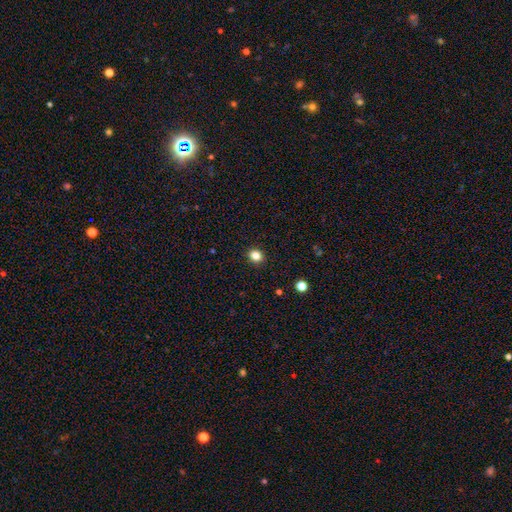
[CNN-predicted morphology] smooth 83%, star or artifact 12%, featured or disk 5%. Down the decision tree: how rounded — round (67%); merging — none (91%).